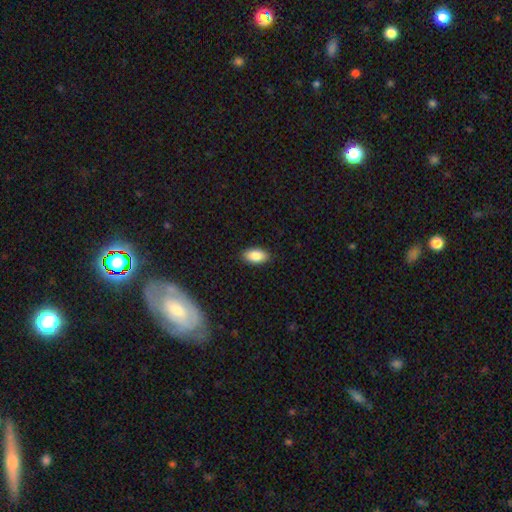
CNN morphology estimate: type=smooth (86%); roundness=in between (93%); merging=none (89%).